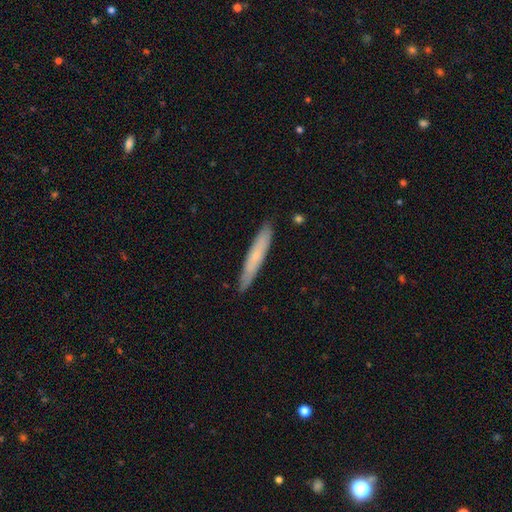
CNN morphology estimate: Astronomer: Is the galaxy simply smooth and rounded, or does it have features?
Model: smooth — 59% (runner-up: featured or disk, 35%).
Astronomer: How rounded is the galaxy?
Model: cigar-shaped — 94%.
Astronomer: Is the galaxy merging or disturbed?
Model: none — 88%.